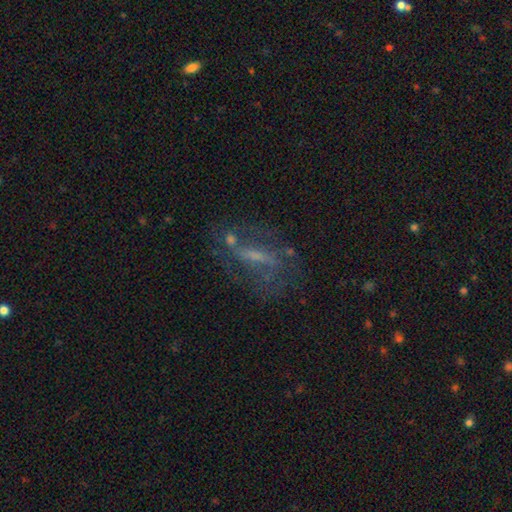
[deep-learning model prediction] smooth_or_featured: featured or disk (p=0.62) [alt: smooth p=0.23]
disk_edge_on: no (p=0.80) [alt: yes p=0.20]
merging: none (p=0.55) [alt: major disturbance p=0.21]